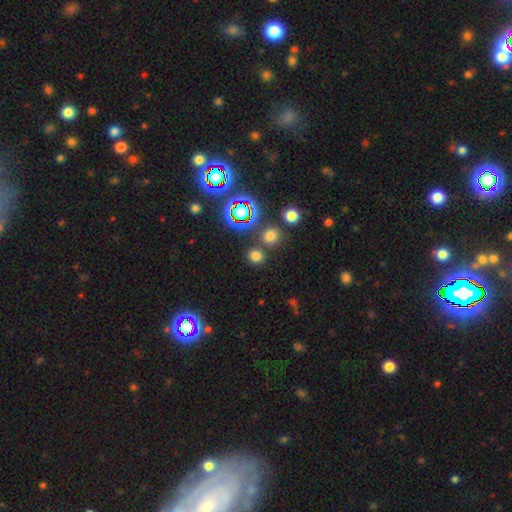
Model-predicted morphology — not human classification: A smooth galaxy with no disk features (71%) that is round (78%). Merging: none (79%).